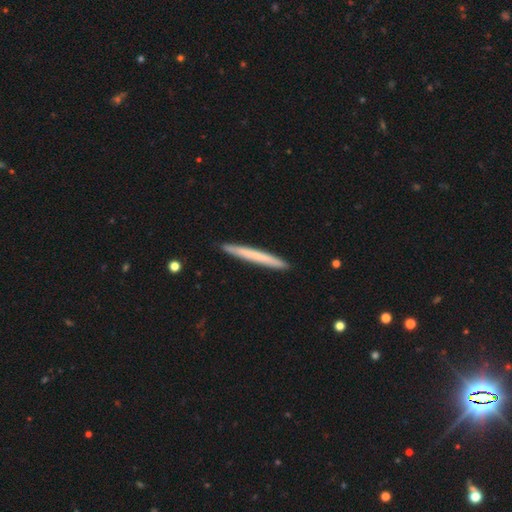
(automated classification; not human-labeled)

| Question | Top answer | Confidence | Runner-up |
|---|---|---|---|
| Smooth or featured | smooth | 63% | featured or disk (32%) |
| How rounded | cigar-shaped | 97% | in between (2%) |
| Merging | none | 92% | minor disturbance (6%) |